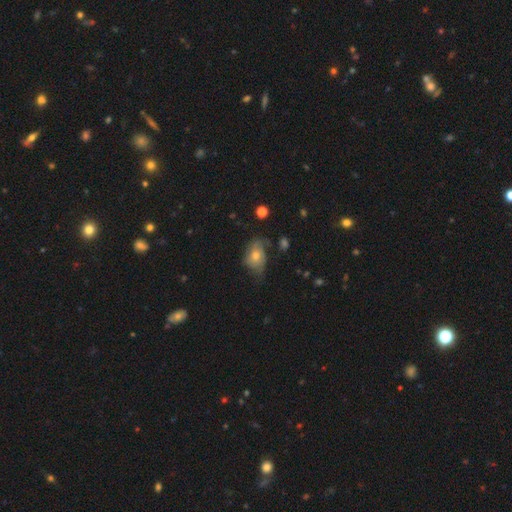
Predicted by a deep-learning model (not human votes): Smooth or featured?
  - featured or disk: 47% *
  - smooth: 42%
  - star or artifact: 11%
Merging?
  - none: 49% *
  - minor disturbance: 32%
  - major disturbance: 16%
  - merger: 2%